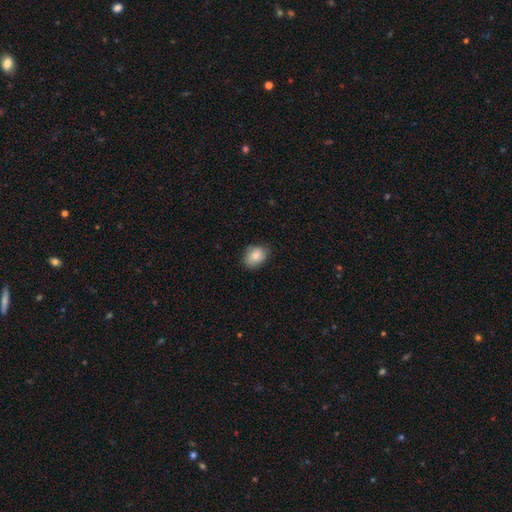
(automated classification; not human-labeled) This appears to be a smooth galaxy with no disk features (83%) that is in between round and cigar-shaped (67%). Merging: none (75%).